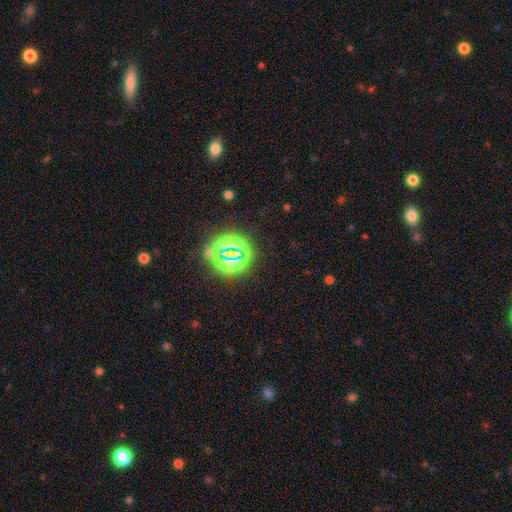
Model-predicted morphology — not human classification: A star or artifact, not a galaxy (79%).